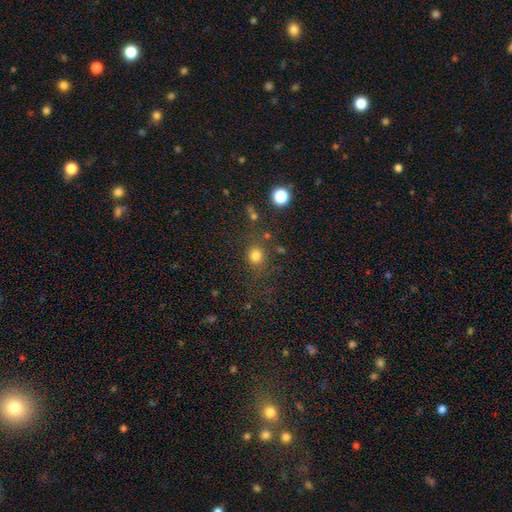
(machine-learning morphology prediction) A smooth galaxy with no disk features (77%) that is round (81%). Merging: none (73%).